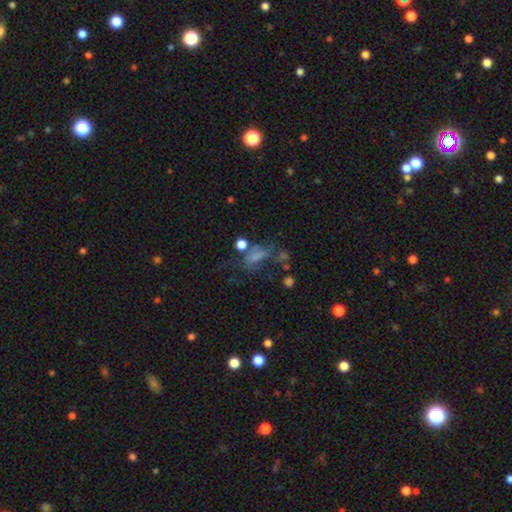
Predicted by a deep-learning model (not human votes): The model was most divided on "merging": major disturbance: 36%, none: 31%, minor disturbance: 18%, merger: 16%. Remaining: smooth or featured — smooth (50%).